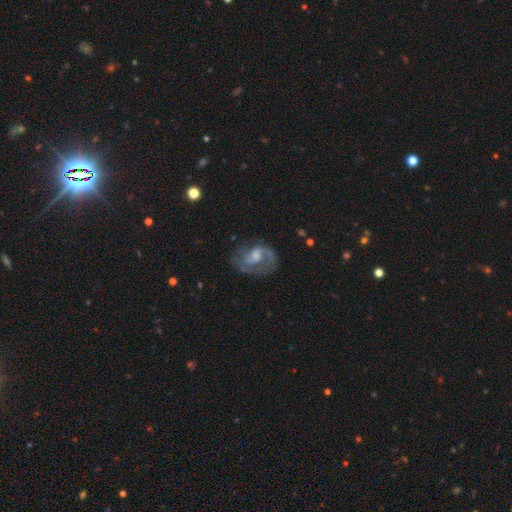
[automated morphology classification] A featured or disk galaxy (76%) with a weak bar (45%), 2 (62%) medium (49%) spiral arms (87%) and a moderate central bulge (48%).

Vote fractions:
- Smooth or featured? featured or disk: 76% / smooth: 15% / star or artifact: 9%
- Edge-on disk? no: 97% / yes: 3%
- Bar? weak: 45% / no: 44% / strong: 10%
- Spiral arms? yes: 87% / no: 13%
- Spiral winding? medium: 49% / tight: 29% / loose: 22%
- Spiral arm count? 2: 62% / can't tell: 18% / 1: 11% / 3: 6% / 4: 2% / more than 4: 2%
- Bulge size? moderate: 48% / small: 33% / none: 9% / large: 9% / dominant: 1%
- Merging? none: 62% / minor disturbance: 19% / major disturbance: 16% / merger: 2%